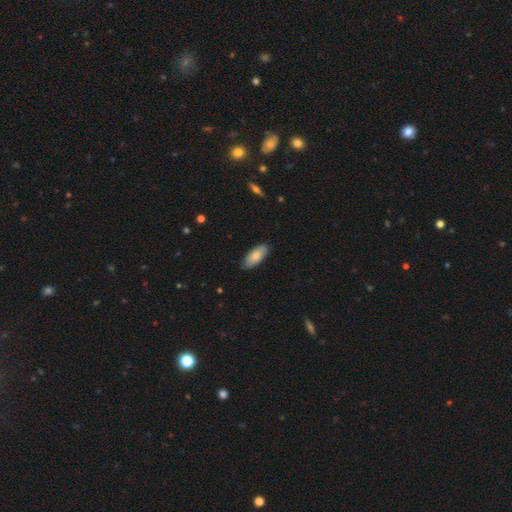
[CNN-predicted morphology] smooth-or-featured: smooth: 81% | featured or disk: 13% | star or artifact: 6%
  how-rounded: in between: 85% | cigar-shaped: 13% | round: 2%
  merging: none: 86% | minor disturbance: 12% | major disturbance: 2% | merger: 1%